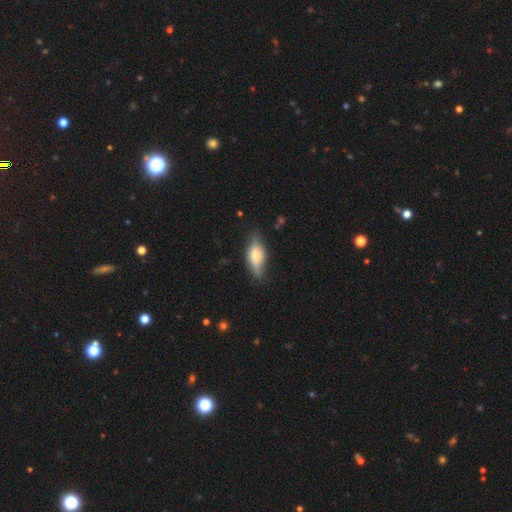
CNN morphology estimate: Smooth or featured: smooth — 58% (featured or disk — 35%)
How rounded: in between — 74% (cigar-shaped — 22%)
Merging: none — 60% (minor disturbance — 30%)